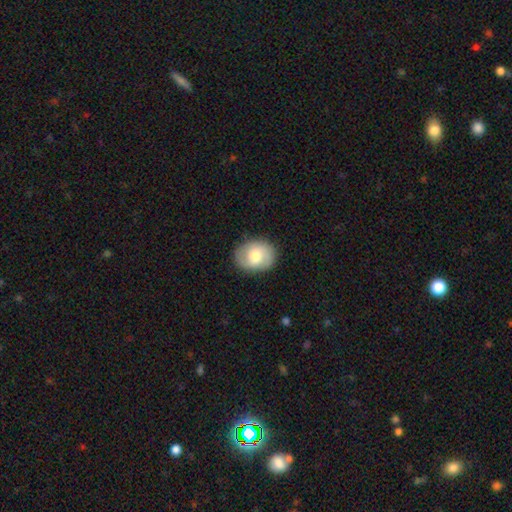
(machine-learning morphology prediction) smooth 59%, featured or disk 34%, star or artifact 7%. Down the decision tree: how rounded — in between (56%); merging — none (84%).